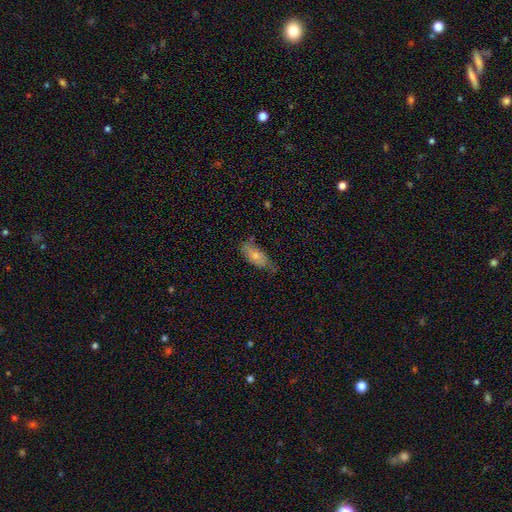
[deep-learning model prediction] This appears to be a smooth galaxy with no disk features (72%) that is in between round and cigar-shaped (82%). Merging: none (57%).